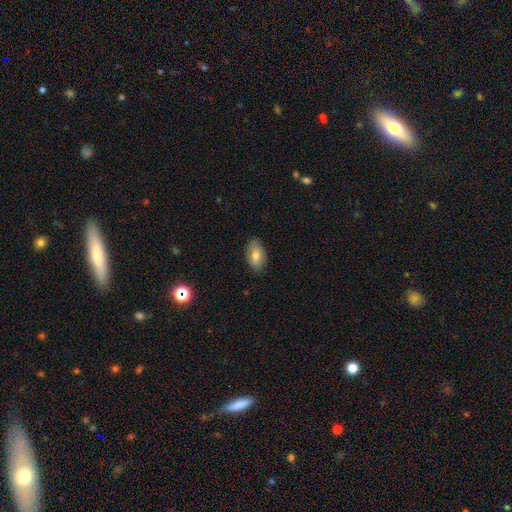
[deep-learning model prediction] smooth-or-featured: smooth: 66% | featured or disk: 26% | star or artifact: 8%
  how-rounded: in between: 91% | round: 7% | cigar-shaped: 2%
  merging: none: 81% | minor disturbance: 15% | major disturbance: 3% | merger: 1%